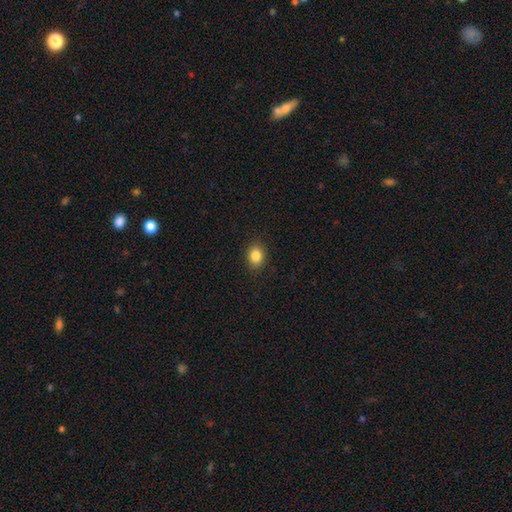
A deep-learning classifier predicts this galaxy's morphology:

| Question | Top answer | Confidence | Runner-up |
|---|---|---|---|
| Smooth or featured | smooth | 85% | star or artifact (9%) |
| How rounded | in between | 54% | round (45%) |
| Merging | none | 89% | minor disturbance (8%) |